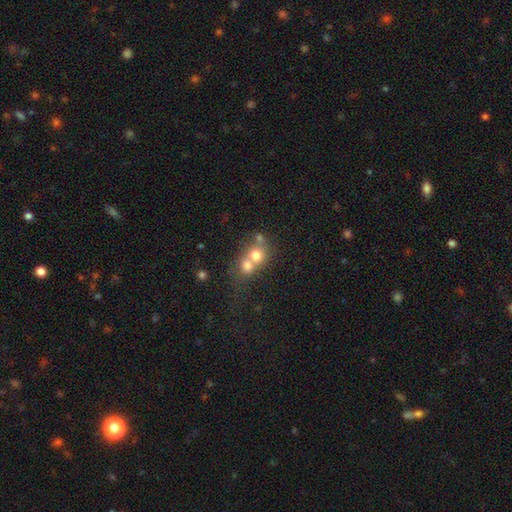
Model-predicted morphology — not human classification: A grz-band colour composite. It shows a smooth galaxy with no disk features (69%) that is round (75%). Merging: merger (68%).